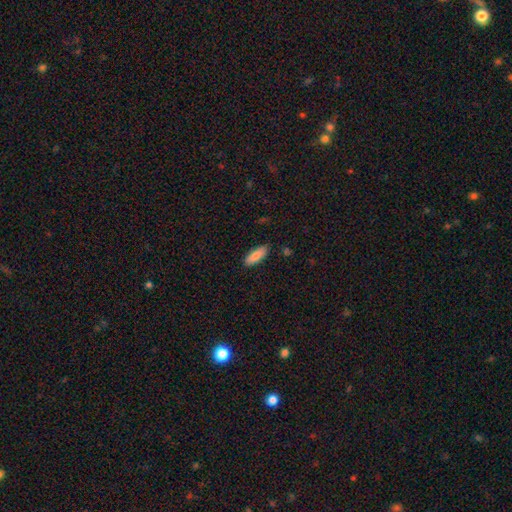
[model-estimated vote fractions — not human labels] Morphology: type=smooth (85%); roundness=in between (66%); merging=none (87%).